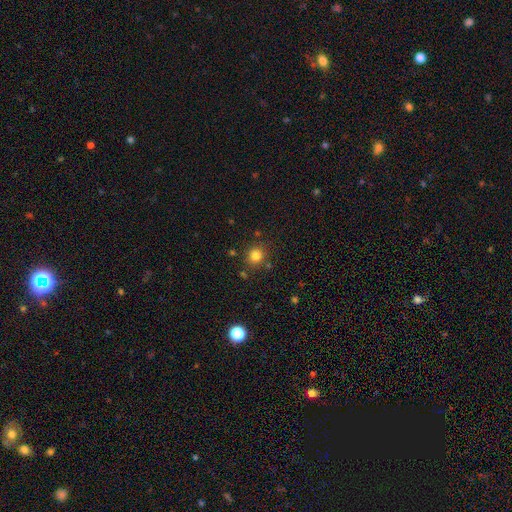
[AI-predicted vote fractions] This appears to be a smooth galaxy with no disk features (81%) that is round (88%). Merging: none (83%).